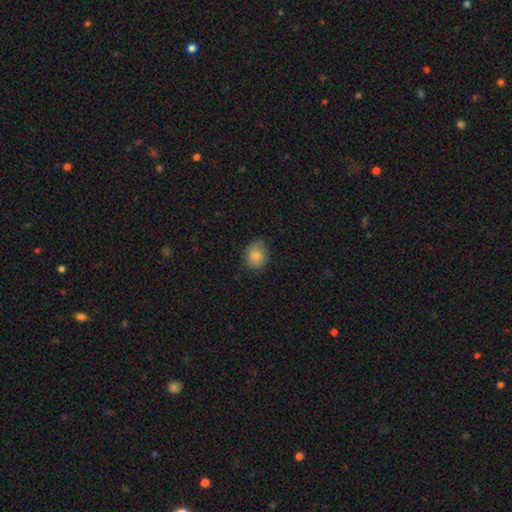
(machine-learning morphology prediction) smooth_or_featured: smooth (p=0.81) [alt: featured or disk p=0.10]
how_rounded: round (p=0.67) [alt: in between p=0.32]
merging: none (p=0.78) [alt: minor disturbance p=0.18]